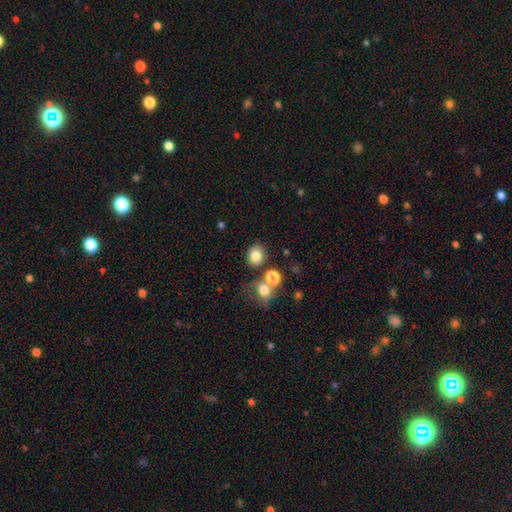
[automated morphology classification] A smooth galaxy with no disk features (81%) that is round (65%). Merging: none (71%).